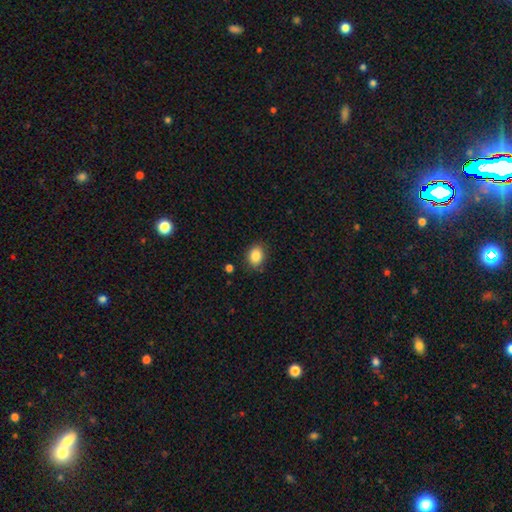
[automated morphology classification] Q: Smooth or featured?
A: smooth (85%); runner-up: star or artifact (9%)
Q: How rounded?
A: in between (60%); runner-up: round (40%)
Q: Merging?
A: none (83%); runner-up: minor disturbance (12%)